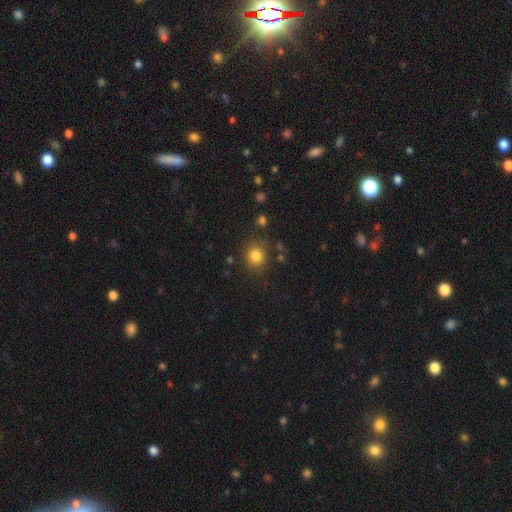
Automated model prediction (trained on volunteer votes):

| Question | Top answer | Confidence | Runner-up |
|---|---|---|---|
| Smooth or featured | smooth | 82% | star or artifact (12%) |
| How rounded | round | 81% | in between (18%) |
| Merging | none | 82% | minor disturbance (11%) |